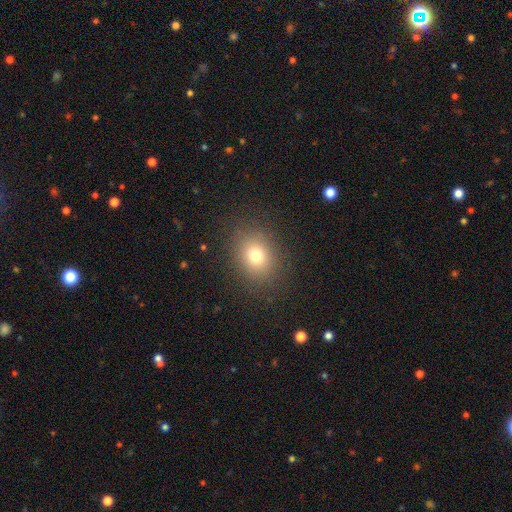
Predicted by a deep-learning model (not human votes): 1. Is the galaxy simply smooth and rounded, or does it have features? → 75% smooth, 15% star or artifact, 10% featured or disk.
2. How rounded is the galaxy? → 63% round, 36% in between, 1% cigar-shaped.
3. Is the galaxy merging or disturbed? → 86% none, 9% minor disturbance, 5% major disturbance, 1% merger.